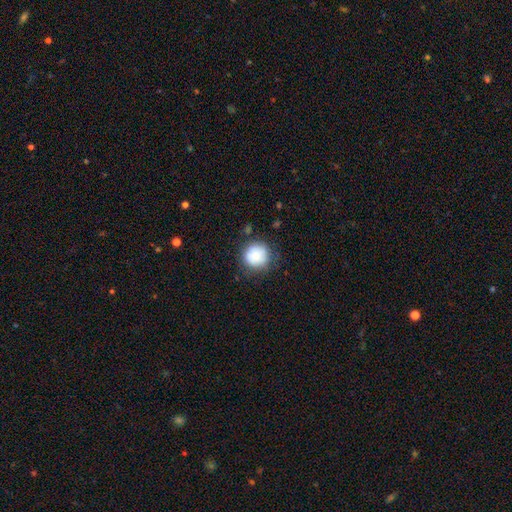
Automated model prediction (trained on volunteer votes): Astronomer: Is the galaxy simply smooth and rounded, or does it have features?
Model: smooth — 76%.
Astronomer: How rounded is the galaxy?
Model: round — 93%.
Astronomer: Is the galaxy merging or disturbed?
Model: none — 75%.